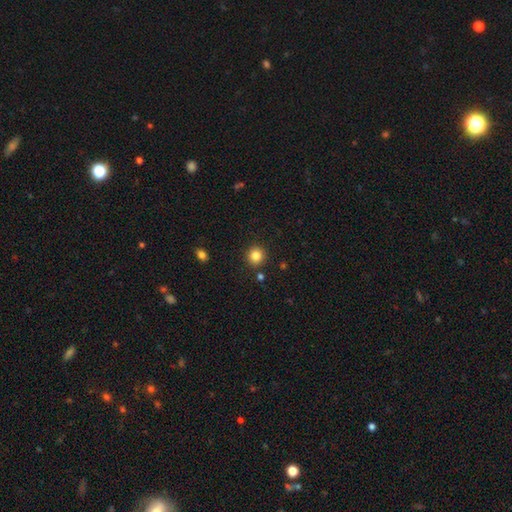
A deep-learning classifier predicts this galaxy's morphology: smooth-or-featured: smooth: 83% | star or artifact: 11% | featured or disk: 5%
  how-rounded: round: 93% | in between: 6% | cigar-shaped: 1%
  merging: none: 90% | minor disturbance: 6% | merger: 2% | major disturbance: 2%